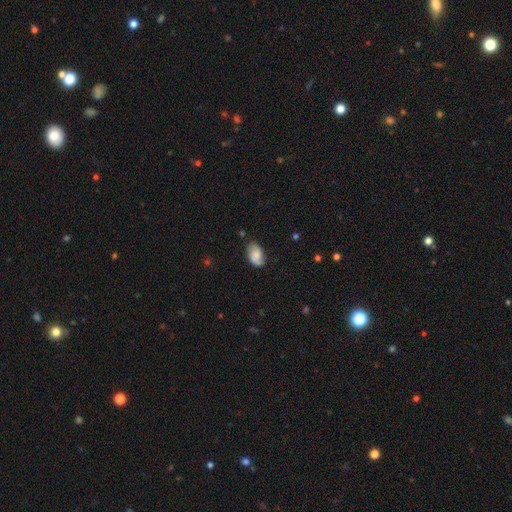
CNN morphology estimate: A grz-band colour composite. It shows a smooth galaxy with no disk features (65%) that is in between round and cigar-shaped (92%). Merging: none (68%).